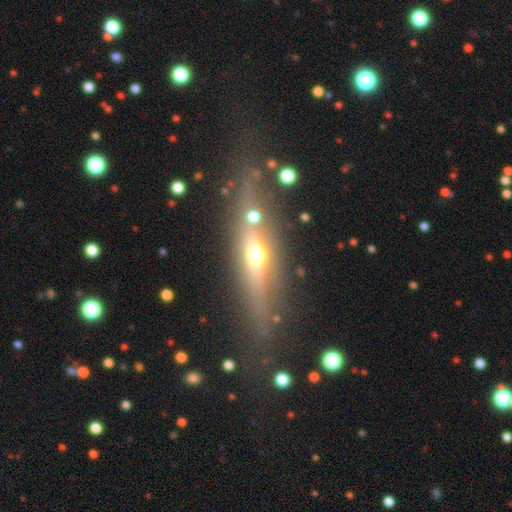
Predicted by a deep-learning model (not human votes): Smooth or featured? featured or disk (59%)
Edge-on disk? yes (82%)
Merging? none (72%)